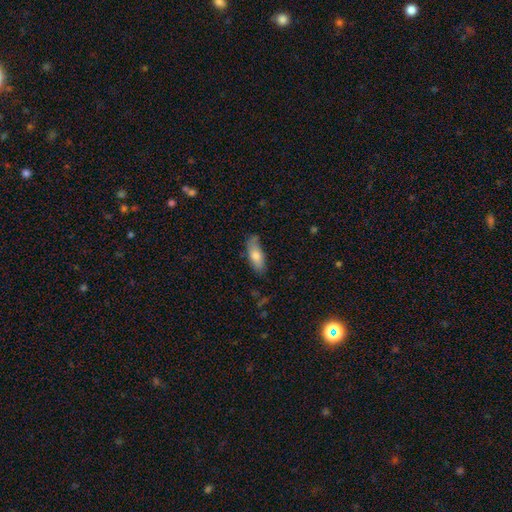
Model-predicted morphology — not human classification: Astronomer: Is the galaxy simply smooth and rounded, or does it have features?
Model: smooth — 73%.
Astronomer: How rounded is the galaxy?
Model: in between — 73%.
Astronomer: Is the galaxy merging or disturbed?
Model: none — 68%.